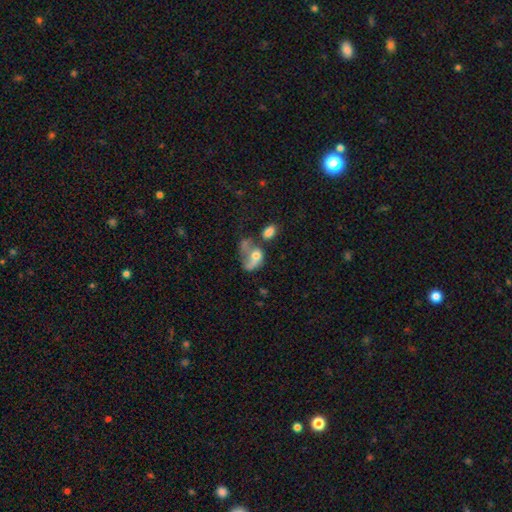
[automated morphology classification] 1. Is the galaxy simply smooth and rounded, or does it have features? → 49% smooth, 39% featured or disk, 11% star or artifact.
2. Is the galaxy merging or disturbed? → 45% merger, 28% major disturbance, 15% none, 12% minor disturbance.